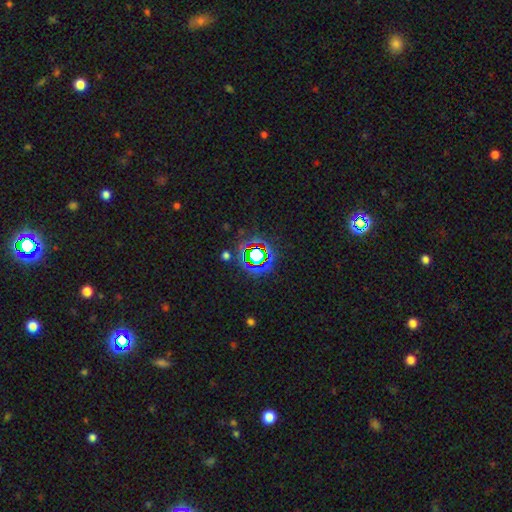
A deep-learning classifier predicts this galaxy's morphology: This is likely a star or artifact rather than a galaxy (70%).